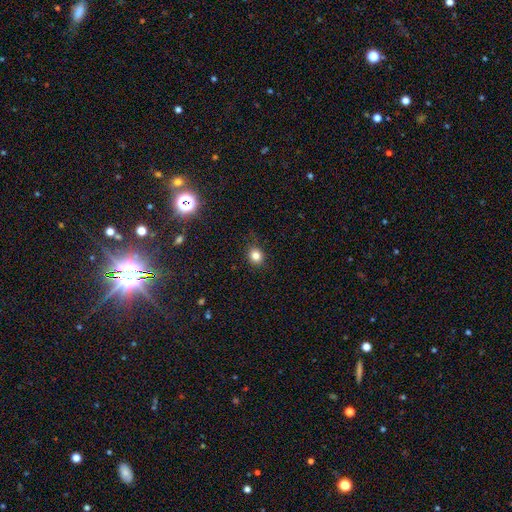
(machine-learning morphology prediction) Overall: smooth (81%). How rounded: round (77%). Merging: none (86%).